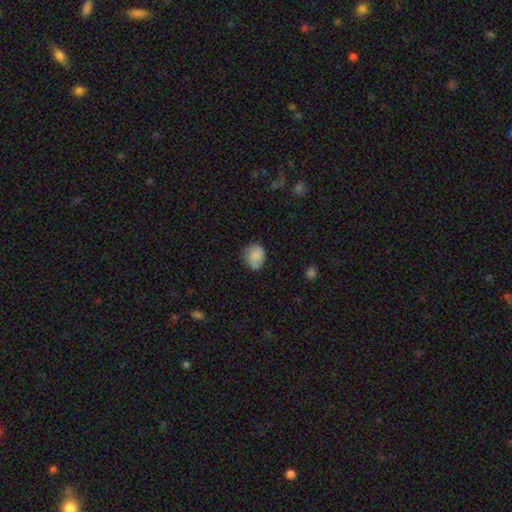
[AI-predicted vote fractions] A smooth galaxy with no disk features (74%) that is round (51%).

Vote fractions:
- Smooth or featured? smooth: 74% / featured or disk: 18% / star or artifact: 9%
- How rounded? round: 51% / in between: 48% / cigar-shaped: 1%
- Merging? none: 59% / minor disturbance: 30% / major disturbance: 9% / merger: 2%